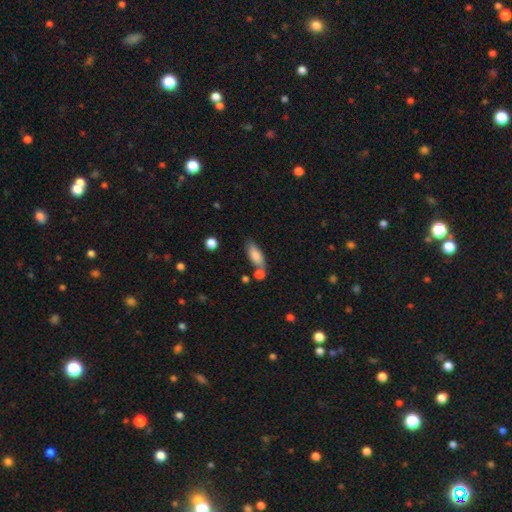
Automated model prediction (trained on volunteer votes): Morphology: type=smooth (82%); roundness=in between (74%); merging=none (63%).